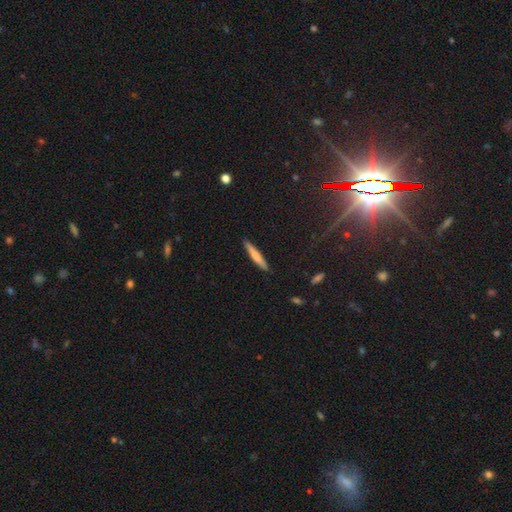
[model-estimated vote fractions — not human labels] Overall: smooth (66%; featured or disk 28%). How rounded: cigar-shaped (94%). Merging: none (89%).